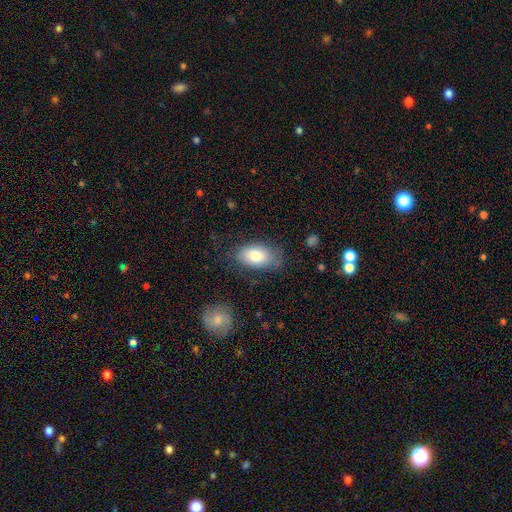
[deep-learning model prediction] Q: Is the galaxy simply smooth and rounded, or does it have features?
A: smooth — 79%.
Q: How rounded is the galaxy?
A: in between — 92%.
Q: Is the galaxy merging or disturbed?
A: none — 69%.